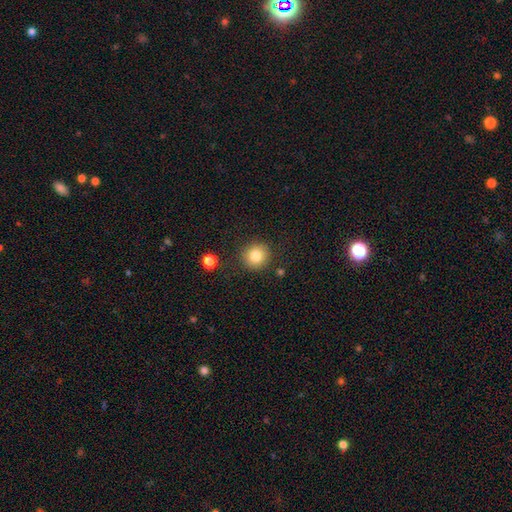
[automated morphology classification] Smooth or featured?
  - smooth: 82% *
  - star or artifact: 10%
  - featured or disk: 7%
How rounded?
  - round: 92% *
  - in between: 7%
  - cigar-shaped: 1%
Merging?
  - none: 87% *
  - minor disturbance: 8%
  - major disturbance: 3%
  - merger: 3%